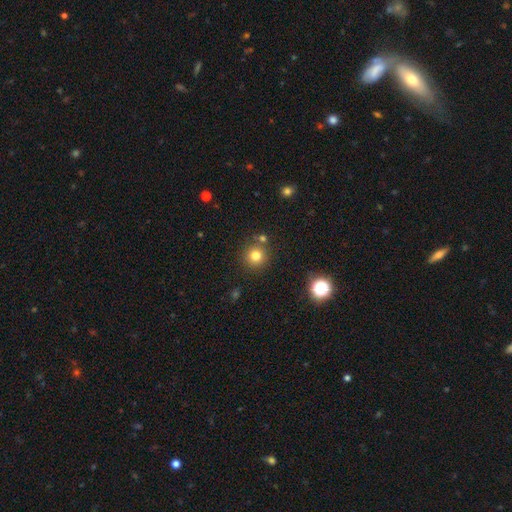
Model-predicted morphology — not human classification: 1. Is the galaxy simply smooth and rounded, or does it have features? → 78% smooth, 15% star or artifact, 7% featured or disk.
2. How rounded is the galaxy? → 94% round, 5% in between, 1% cigar-shaped.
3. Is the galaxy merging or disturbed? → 81% none, 9% merger, 8% minor disturbance, 3% major disturbance.